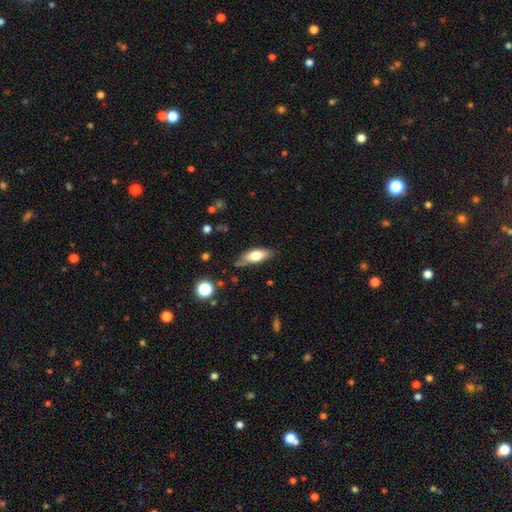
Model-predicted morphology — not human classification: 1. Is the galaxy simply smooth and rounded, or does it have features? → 68% smooth, 25% featured or disk, 7% star or artifact.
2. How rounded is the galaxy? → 74% in between, 23% cigar-shaped, 3% round.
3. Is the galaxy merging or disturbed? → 67% none, 24% minor disturbance, 6% major disturbance, 3% merger.